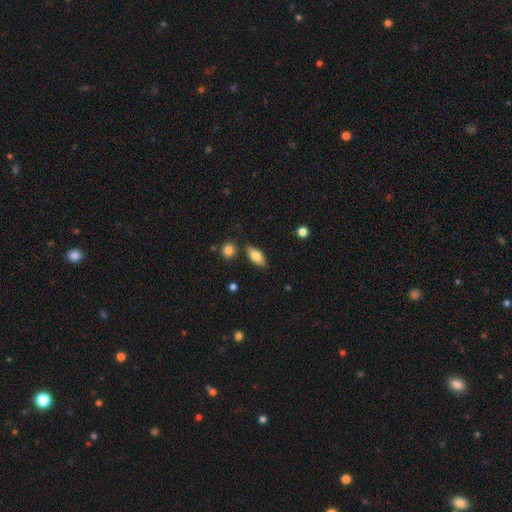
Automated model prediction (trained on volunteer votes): Smooth or featured? Predicted: smooth (p=0.75). How rounded? Predicted: in between (p=0.84). Merging? Predicted: none (p=0.82).